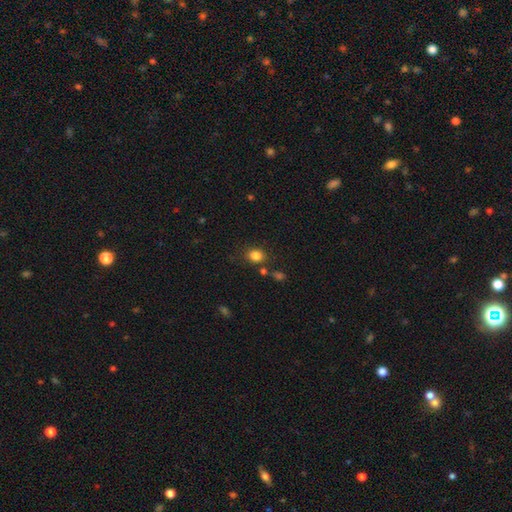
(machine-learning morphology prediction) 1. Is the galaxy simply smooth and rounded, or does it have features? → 83% smooth, 12% star or artifact, 5% featured or disk.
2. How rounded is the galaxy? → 61% round, 38% in between, 1% cigar-shaped.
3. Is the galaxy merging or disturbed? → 78% none, 11% minor disturbance, 6% merger, 4% major disturbance.